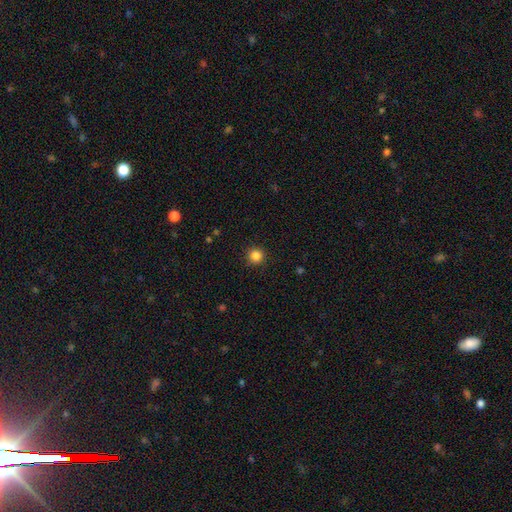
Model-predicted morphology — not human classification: Smooth or featured: smooth — 84% (star or artifact — 12%)
How rounded: round — 95% (in between — 4%)
Merging: none — 91% (minor disturbance — 6%)